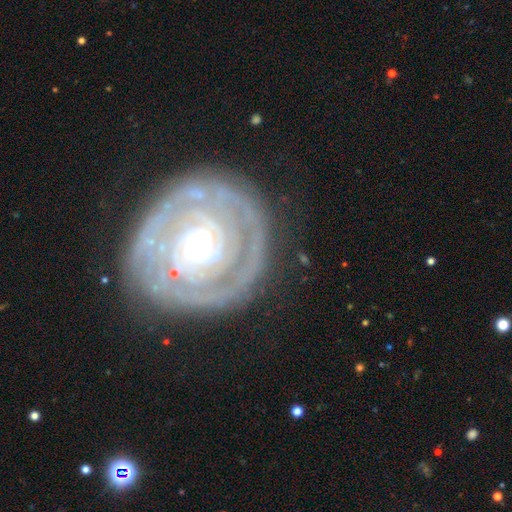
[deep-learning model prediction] The model was most divided on "spiral arm count": can't tell: 43%, 2: 21%, 3: 13%, 1: 9%, 4: 8%, more than 4: 6%. More confident: edge-on disk — no (96%); spiral winding — tight (83%); spiral arms — yes (80%); smooth or featured — featured or disk (79%); bar — no (79%); merging — none (77%); bulge size — small (59%).